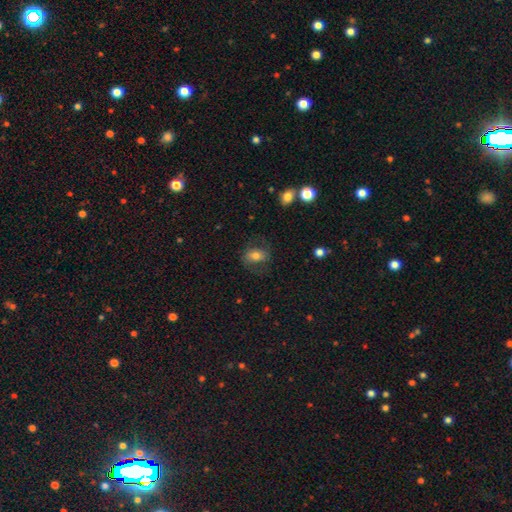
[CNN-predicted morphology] type=smooth (62%); roundness=in between (67%); merging=none (68%).